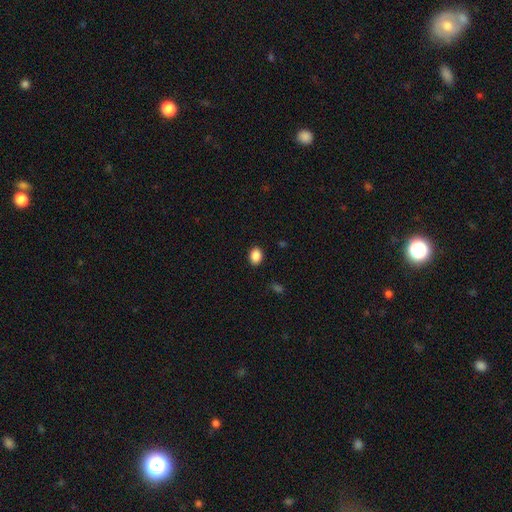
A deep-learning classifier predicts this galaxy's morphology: A smooth galaxy with no disk features (89%) that is in between round and cigar-shaped (67%).

Vote fractions:
- Smooth or featured? smooth: 89% / star or artifact: 8% / featured or disk: 3%
- How rounded? in between: 67% / round: 32% / cigar-shaped: 1%
- Merging? none: 90% / minor disturbance: 7% / major disturbance: 2% / merger: 1%